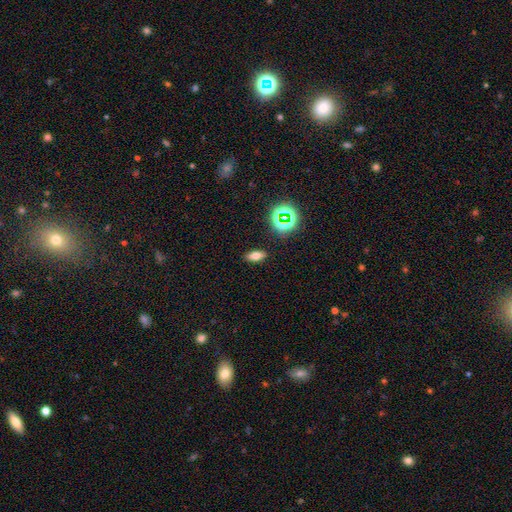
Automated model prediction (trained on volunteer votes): smooth 67%, star or artifact 19%, featured or disk 13%. Down the decision tree: how rounded — in between (78%); merging — none (88%).